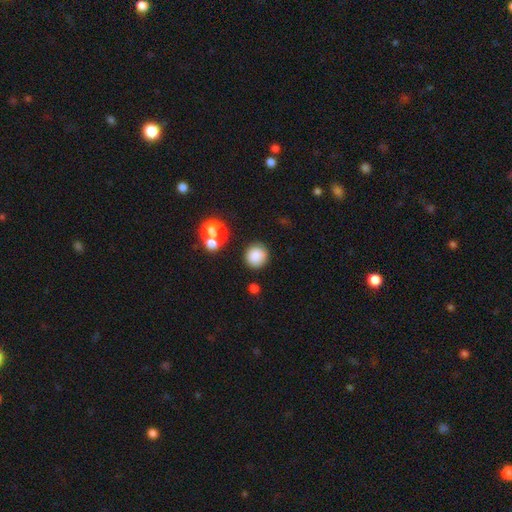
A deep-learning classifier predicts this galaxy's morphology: Smooth or featured?
  - smooth: 83% *
  - star or artifact: 11%
  - featured or disk: 6%
How rounded?
  - round: 90% *
  - in between: 9%
  - cigar-shaped: 1%
Merging?
  - none: 78% *
  - minor disturbance: 10%
  - merger: 8%
  - major disturbance: 4%